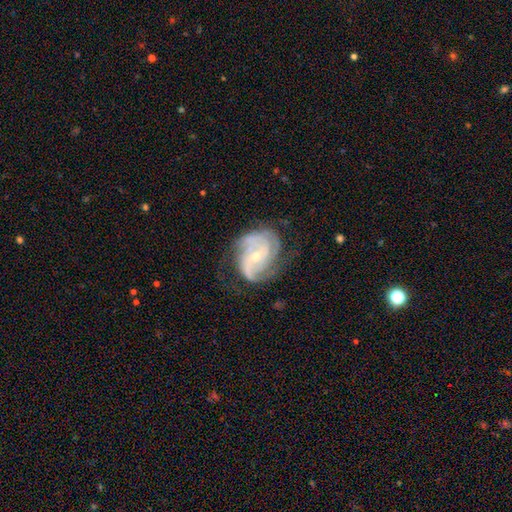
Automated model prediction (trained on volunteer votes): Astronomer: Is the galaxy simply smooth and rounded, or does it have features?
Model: featured or disk — 86%.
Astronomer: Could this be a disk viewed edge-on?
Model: no — 97%.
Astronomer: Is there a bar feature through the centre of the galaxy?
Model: no — 53% (runner-up: weak, 37%).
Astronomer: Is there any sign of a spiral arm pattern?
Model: yes — 96%.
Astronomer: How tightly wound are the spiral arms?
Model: tight — 48% (runner-up: medium, 39%).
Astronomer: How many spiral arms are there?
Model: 2 — 33% (runner-up: 3, 28%).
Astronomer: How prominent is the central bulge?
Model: small — 54% (runner-up: moderate, 43%).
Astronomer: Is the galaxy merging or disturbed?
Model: none — 63%.